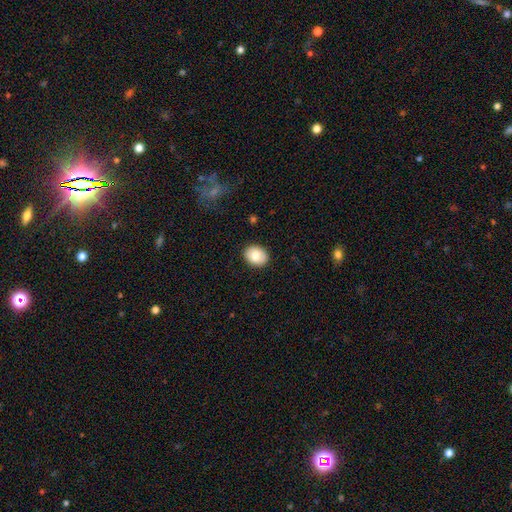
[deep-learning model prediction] This is likely a smooth galaxy (79%). How rounded: possibly in between (53%). Merging: clearly none (90%).